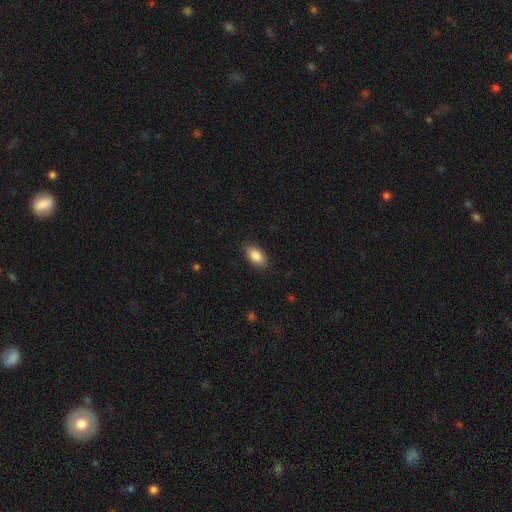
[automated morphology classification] The model was most divided on "merging": none: 86%, minor disturbance: 10%, major disturbance: 2%, merger: 1%. More confident: how rounded — in between (92%); smooth or featured — smooth (87%).